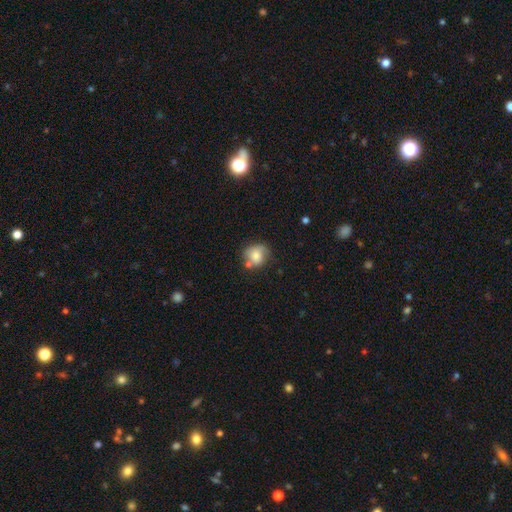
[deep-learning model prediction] The model was most divided on "merging": none: 52%, minor disturbance: 25%, merger: 14%, major disturbance: 8%. More confident: how rounded — round (75%); smooth or featured — smooth (71%).